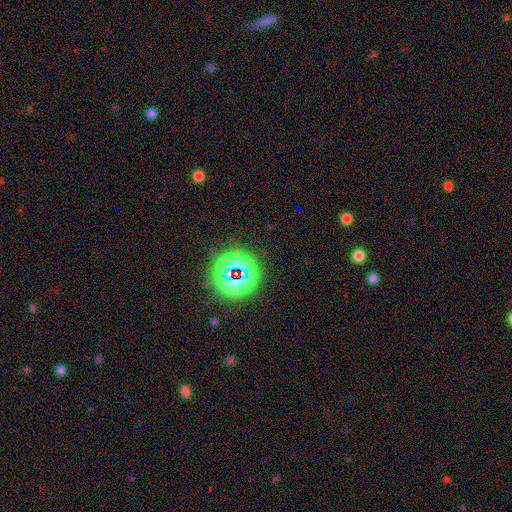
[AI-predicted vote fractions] smooth_or_featured: star or artifact (p=0.73) [alt: smooth p=0.19]